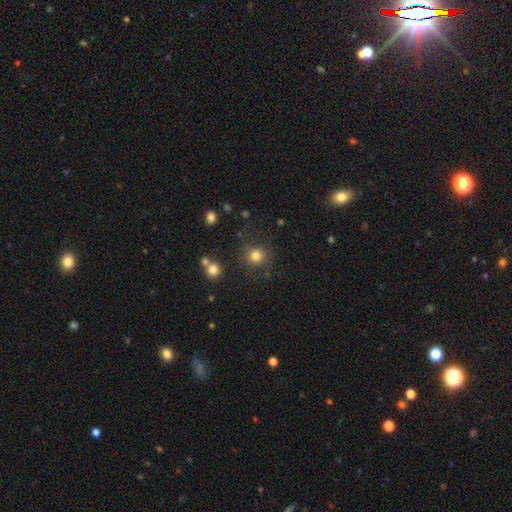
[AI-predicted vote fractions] smooth 80%, star or artifact 13%, featured or disk 6%. Down the decision tree: how rounded — round (89%); merging — none (82%).